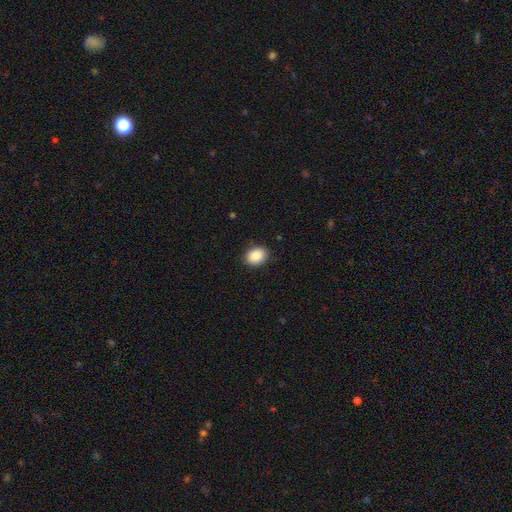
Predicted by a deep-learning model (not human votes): This is clearly a smooth galaxy (89%). How rounded: likely in between (65%). Merging: clearly none (88%).